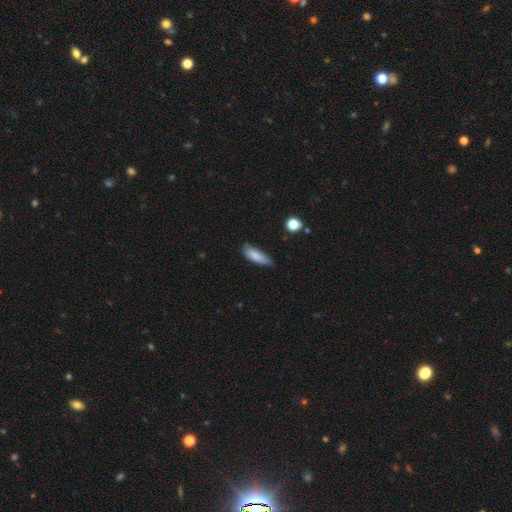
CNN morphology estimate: Overall: smooth (85%). How rounded: in between (54%; cigar-shaped 44%). Merging: none (68%).